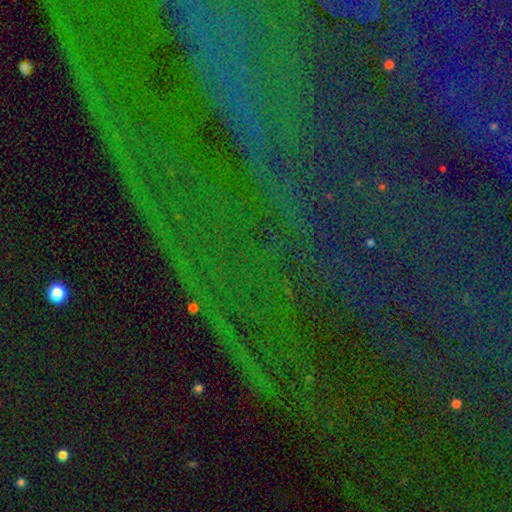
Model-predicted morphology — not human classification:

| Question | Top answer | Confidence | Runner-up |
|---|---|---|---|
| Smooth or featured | star or artifact | 85% | featured or disk (8%) |